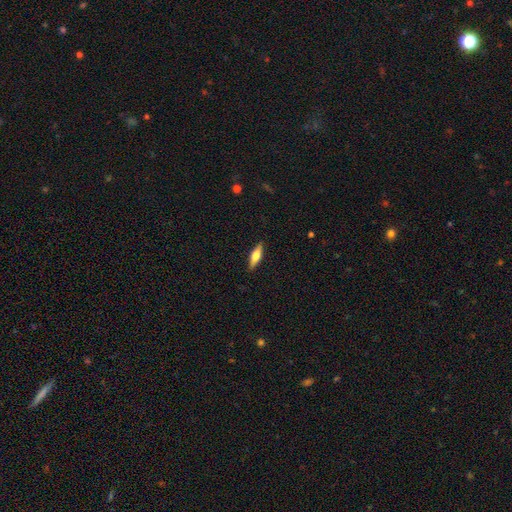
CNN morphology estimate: A smooth galaxy with no disk features (48%).

Vote fractions:
- Smooth or featured? smooth: 48% / featured or disk: 46% / star or artifact: 6%
- Merging? none: 88% / minor disturbance: 9% / major disturbance: 2% / merger: 1%